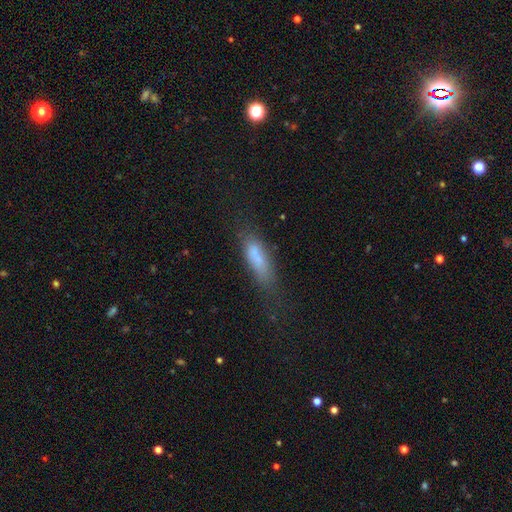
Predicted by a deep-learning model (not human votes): Smooth or featured? smooth (70%)
How rounded? cigar-shaped (60%)
Merging? none (56%)